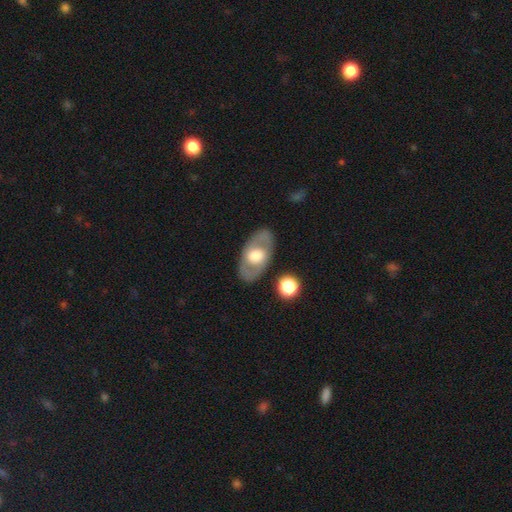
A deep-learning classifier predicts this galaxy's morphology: The model was most divided on "smooth or featured": featured or disk: 57%, smooth: 38%, star or artifact: 5%. More confident: edge-on disk — no (87%); merging — none (85%).